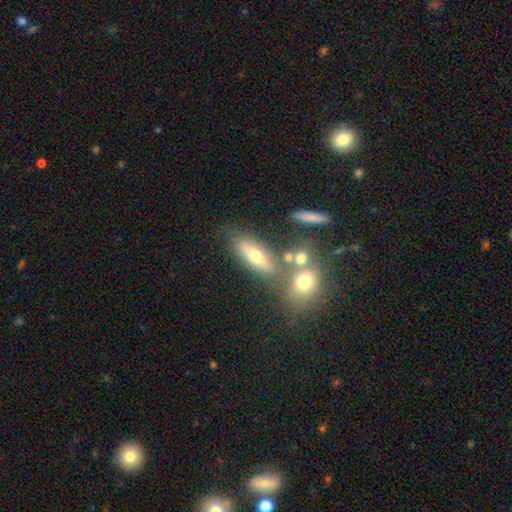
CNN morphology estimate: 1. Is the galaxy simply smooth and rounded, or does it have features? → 57% smooth, 32% featured or disk, 11% star or artifact.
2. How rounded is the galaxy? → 56% in between, 34% cigar-shaped, 10% round.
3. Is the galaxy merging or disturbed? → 65% none, 16% merger, 13% minor disturbance, 6% major disturbance.